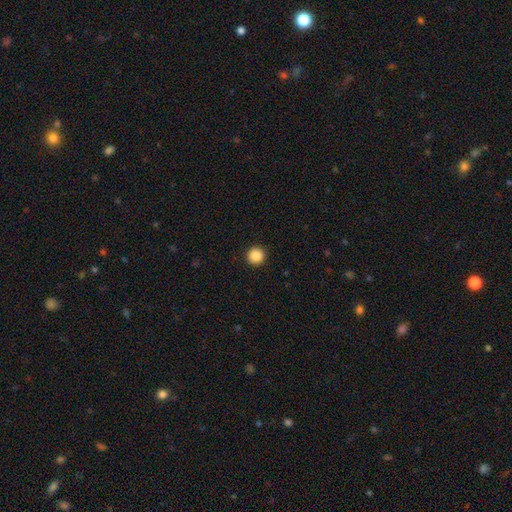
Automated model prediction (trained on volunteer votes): Smooth or featured? smooth (89%)
How rounded? round (95%)
Merging? none (93%)